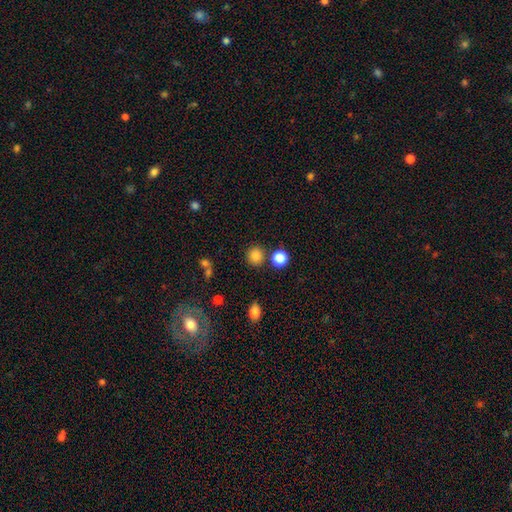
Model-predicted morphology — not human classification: Overall: smooth (83%). How rounded: round (90%). Merging: none (82%).